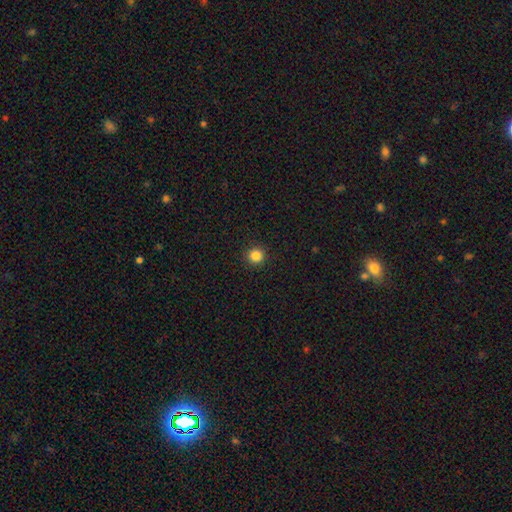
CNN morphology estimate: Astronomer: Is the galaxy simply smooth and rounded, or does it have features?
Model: smooth — 85%.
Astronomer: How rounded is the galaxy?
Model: round — 95%.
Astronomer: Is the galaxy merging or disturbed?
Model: none — 93%.